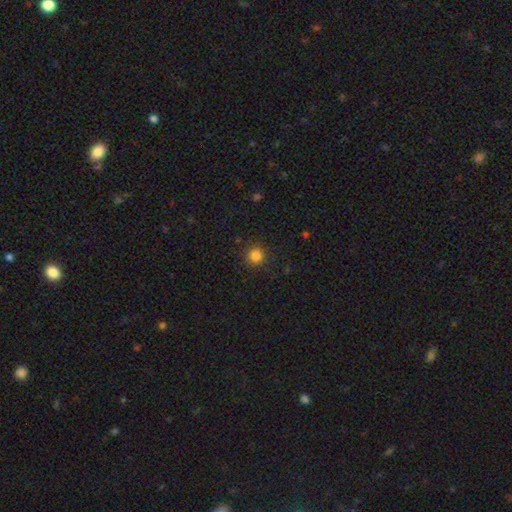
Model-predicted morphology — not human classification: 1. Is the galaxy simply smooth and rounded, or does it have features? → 83% smooth, 13% star or artifact, 4% featured or disk.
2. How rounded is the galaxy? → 93% round, 6% in between, 1% cigar-shaped.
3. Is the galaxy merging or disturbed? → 89% none, 7% minor disturbance, 3% major disturbance, 1% merger.